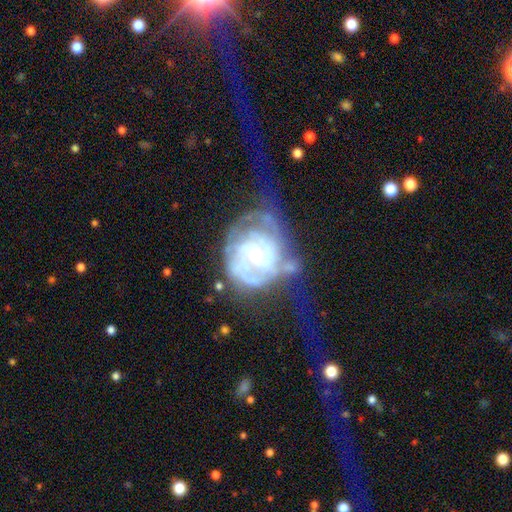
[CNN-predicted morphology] smooth-or-featured: featured or disk: 86% | smooth: 8% | star or artifact: 5%
  disk-edge-on: no: 98% | yes: 2%
    bar: no: 48% | weak: 42% | strong: 10%
    has-spiral-arms: yes: 93% | no: 7%
      spiral-winding: tight: 66% | medium: 27% | loose: 7%
      spiral-arm-count: 2: 38% | can't tell: 31% | 3: 17% | 4: 5% | 1: 5% | more than 4: 4%
    bulge-size: small: 53% | moderate: 43% | large: 2% | none: 2% | dominant: 1%
  merging: none: 40% | minor disturbance: 27% | major disturbance: 26% | merger: 8%